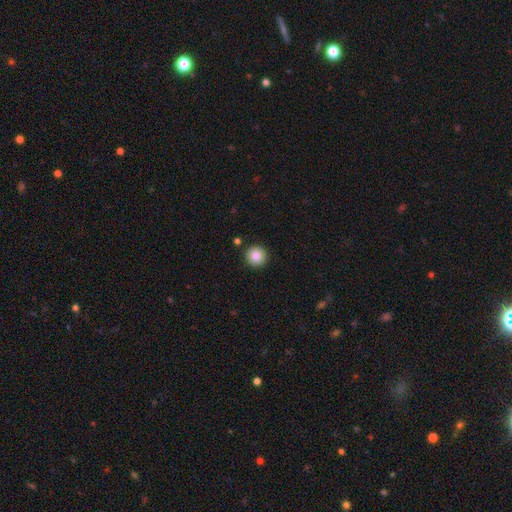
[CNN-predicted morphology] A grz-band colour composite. It shows a smooth galaxy with no disk features (85%) that is round (96%). Merging: none (91%).